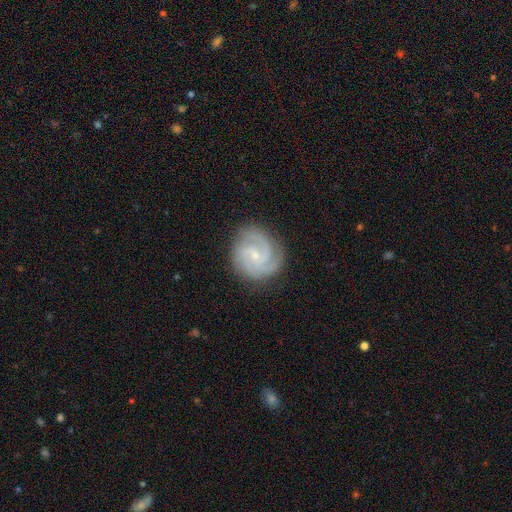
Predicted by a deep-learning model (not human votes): smooth_or_featured: featured or disk (p=0.89) [alt: smooth p=0.06]
disk_edge_on: no (p=0.98) [alt: yes p=0.02]
bar: no (p=0.61) [alt: weak p=0.33]
has_spiral_arms: yes (p=0.98) [alt: no p=0.02]
spiral_winding: tight (p=0.61) [alt: medium p=0.35]
spiral_arm_count: 3 (p=0.53) [alt: 2 p=0.19]
bulge_size: small (p=0.80) [alt: moderate p=0.16]
merging: none (p=0.83) [alt: minor disturbance p=0.13]